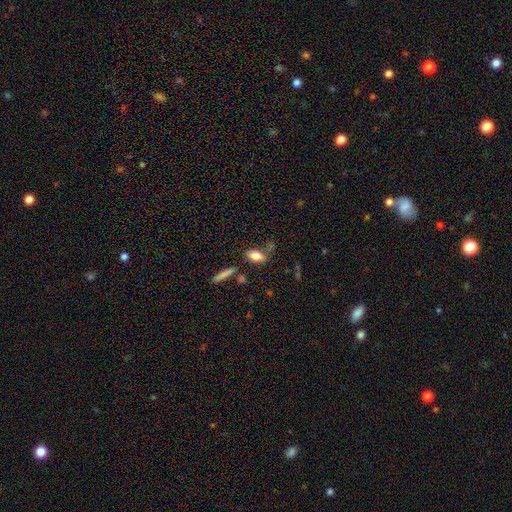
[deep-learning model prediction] This is likely a smooth galaxy (80%). How rounded: clearly in between (85%). Merging: likely none (65%).